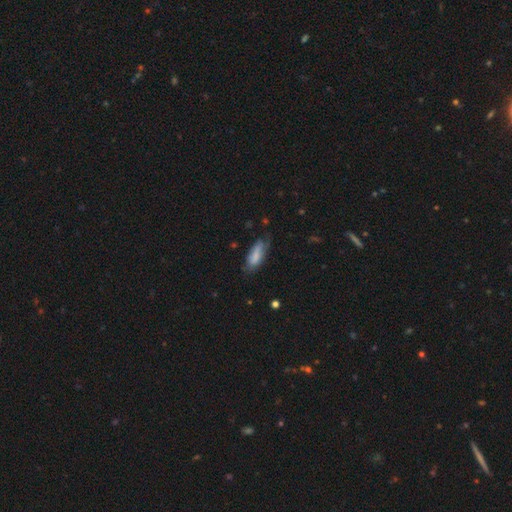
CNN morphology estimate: This is likely a smooth galaxy (75%). How rounded: likely in between (74%). Merging: possibly none (52%).